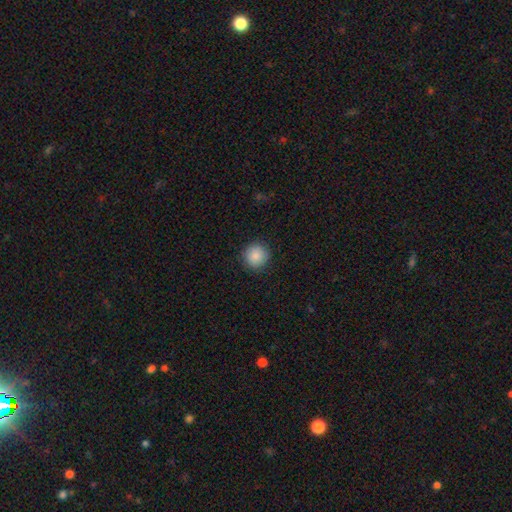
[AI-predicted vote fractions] This is clearly a smooth galaxy (88%). How rounded: clearly round (94%). Merging: clearly none (90%).